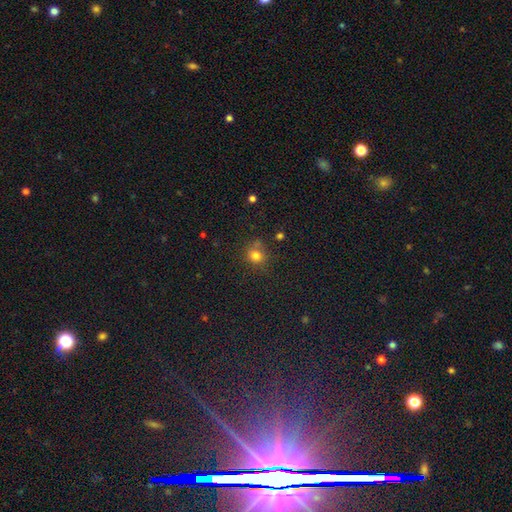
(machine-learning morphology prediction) Smooth or featured?
  - smooth: 77% *
  - star or artifact: 16%
  - featured or disk: 7%
How rounded?
  - round: 82% *
  - in between: 17%
  - cigar-shaped: 1%
Merging?
  - none: 68% *
  - minor disturbance: 17%
  - merger: 10%
  - major disturbance: 6%